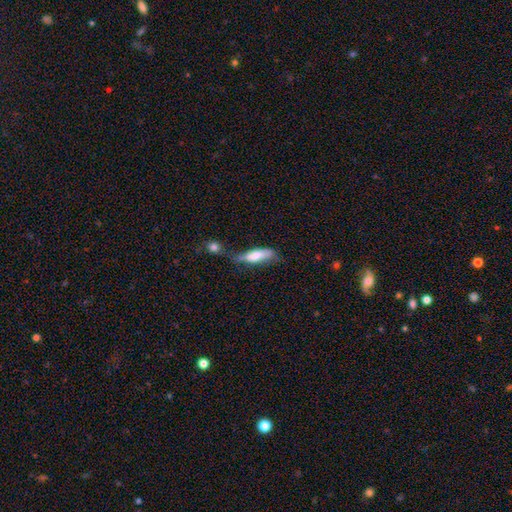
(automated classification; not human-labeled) Smooth or featured? Predicted: smooth (p=0.70). How rounded? Predicted: in between (p=0.51). Merging? Predicted: merger (p=0.34).